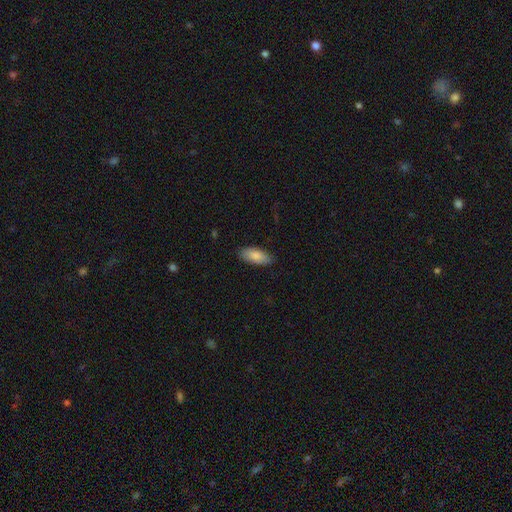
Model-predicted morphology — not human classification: Overall: smooth (87%). How rounded: in between (88%). Merging: none (86%).